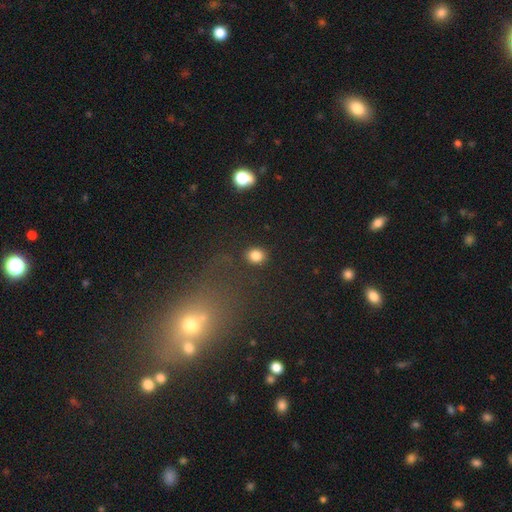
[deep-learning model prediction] Smooth or featured?
  - smooth: 83% *
  - star or artifact: 12%
  - featured or disk: 5%
How rounded?
  - round: 67% *
  - in between: 32%
  - cigar-shaped: 1%
Merging?
  - none: 88% *
  - minor disturbance: 8%
  - major disturbance: 3%
  - merger: 2%